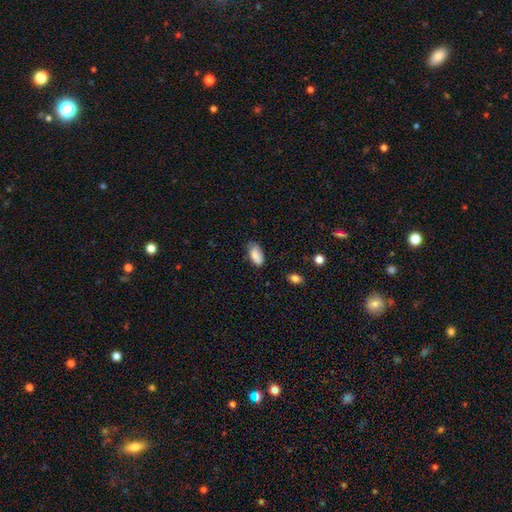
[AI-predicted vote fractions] Q: Smooth or featured?
A: smooth (85%); runner-up: featured or disk (8%)
Q: How rounded?
A: in between (93%); runner-up: cigar-shaped (5%)
Q: Merging?
A: none (67%); runner-up: minor disturbance (27%)